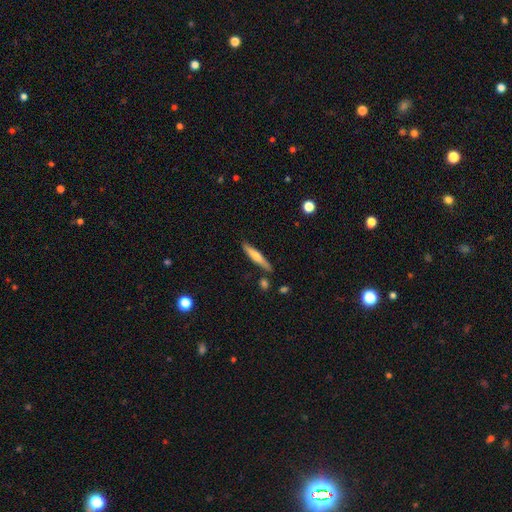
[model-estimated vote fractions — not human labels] Q: Smooth or featured?
A: smooth (51%); runner-up: featured or disk (42%)
Q: How rounded?
A: cigar-shaped (90%); runner-up: in between (8%)
Q: Merging?
A: none (83%); runner-up: minor disturbance (11%)